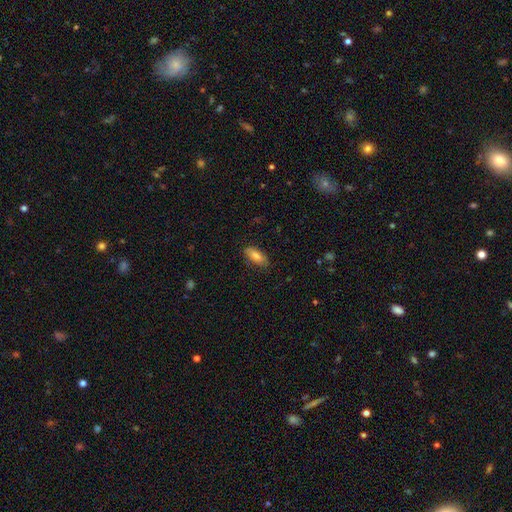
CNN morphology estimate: The model was most divided on "smooth or featured": smooth: 79%, featured or disk: 14%, star or artifact: 8%. More confident: how rounded — in between (85%); merging — none (82%).